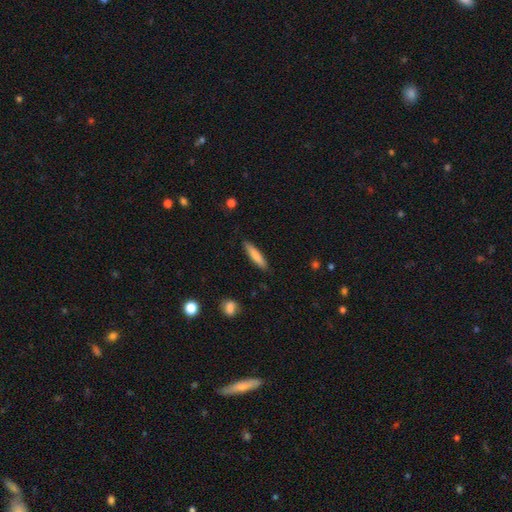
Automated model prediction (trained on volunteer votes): Smooth or featured: smooth — 80% (featured or disk — 14%)
How rounded: cigar-shaped — 86% (in between — 13%)
Merging: none — 88% (minor disturbance — 8%)